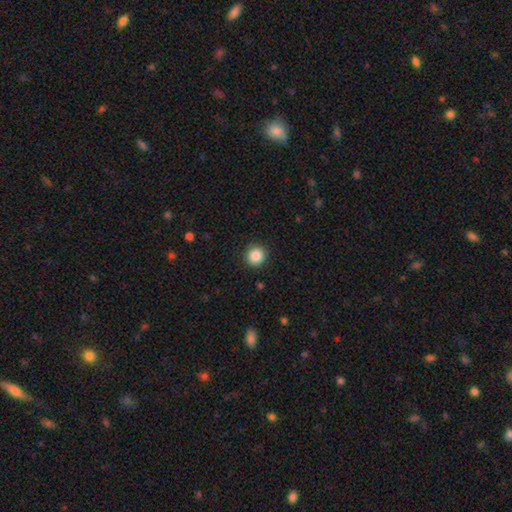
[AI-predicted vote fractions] Overall: smooth (87%). How rounded: round (92%). Merging: none (91%).